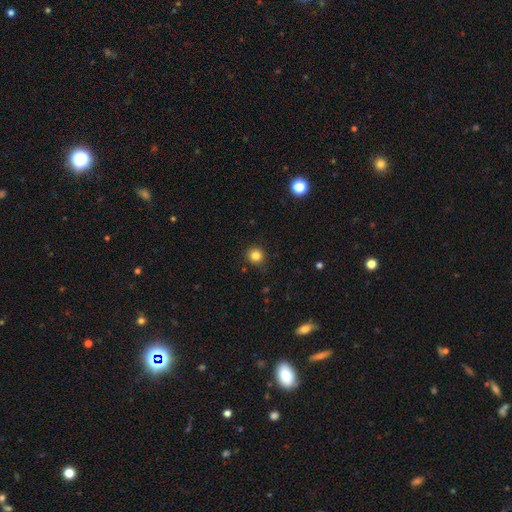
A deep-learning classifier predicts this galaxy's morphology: A smooth galaxy with no disk features (83%) that is round (93%).

Vote fractions:
- Smooth or featured? smooth: 83% / star or artifact: 12% / featured or disk: 5%
- How rounded? round: 93% / in between: 6% / cigar-shaped: 1%
- Merging? none: 90% / minor disturbance: 7% / major disturbance: 2% / merger: 1%